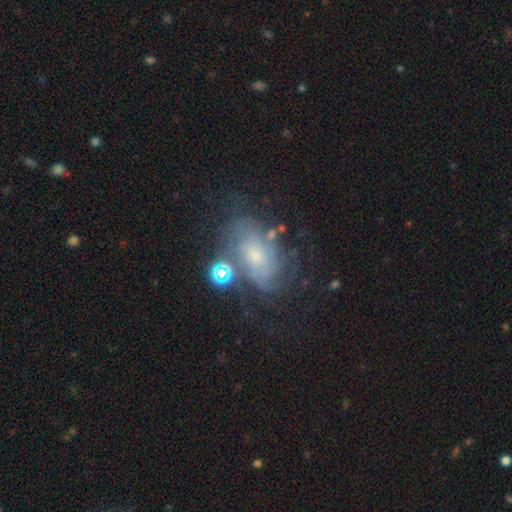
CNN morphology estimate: Overall: featured or disk (68%). Edge-on disk: no (96%). Bar: no (69%). Spiral arms: yes (80%). Spiral arm count: can't tell (55%; 2 19%). Spiral winding: tight (54%; medium 33%). Bulge size: small (50%; moderate 36%). Merging: none (55%; minor disturbance 21%).